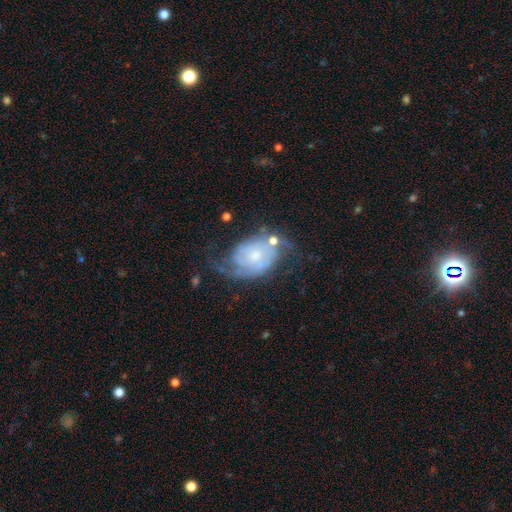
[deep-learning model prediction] This appears to be a featured or disk galaxy (82%) with no bar (69%), 2 (70%) medium (40%) spiral arms (93%) and a small central bulge (50%). Merging: none (51%).